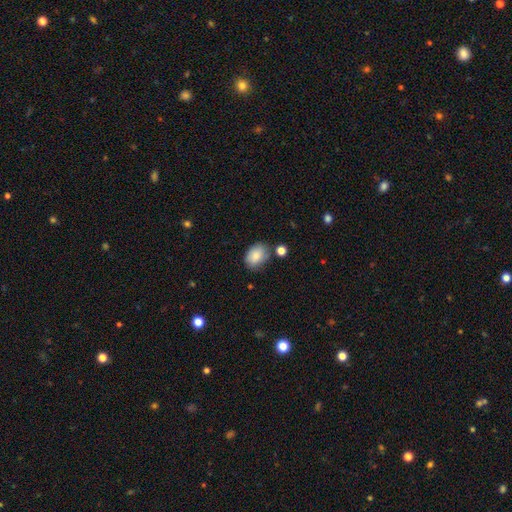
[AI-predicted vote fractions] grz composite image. It shows a smooth galaxy with no disk features (85%) that is in between round and cigar-shaped (77%). Merging: none (70%).